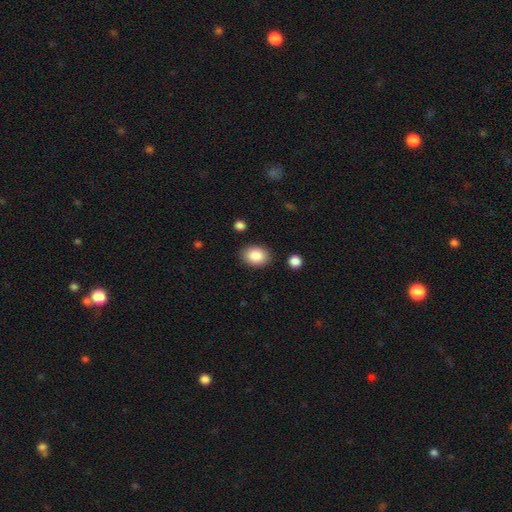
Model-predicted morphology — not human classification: Overall: smooth (87%). How rounded: in between (73%). Merging: none (86%).